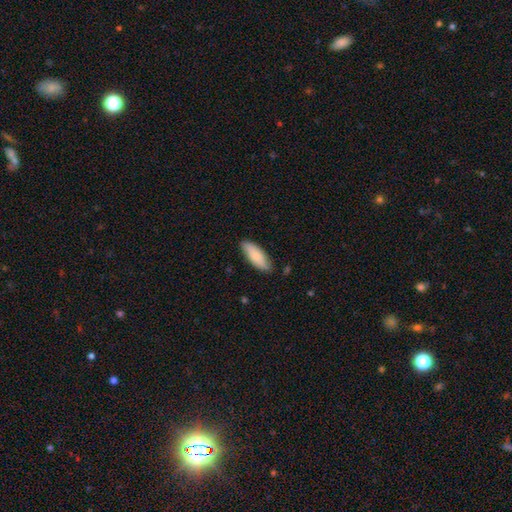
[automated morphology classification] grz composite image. It shows a smooth galaxy with no disk features (81%) that is in between round and cigar-shaped (68%). Merging: none (81%).